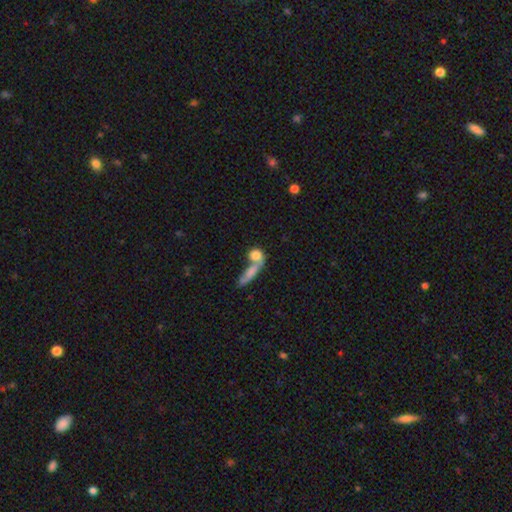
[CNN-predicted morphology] smooth_or_featured: smooth (p=0.74) [alt: featured or disk p=0.17]
how_rounded: round (p=0.50) [alt: in between p=0.38]
merging: merger (p=0.58) [alt: none p=0.26]